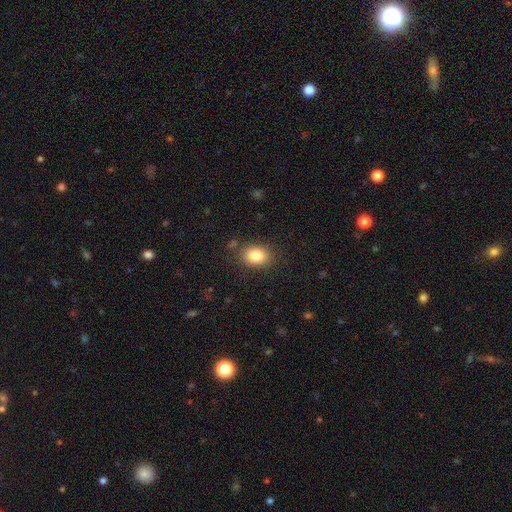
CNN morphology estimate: A smooth galaxy with no disk features (83%) that is in between round and cigar-shaped (67%).

Vote fractions:
- Smooth or featured? smooth: 83% / star or artifact: 9% / featured or disk: 7%
- How rounded? in between: 67% / round: 32% / cigar-shaped: 1%
- Merging? none: 83% / minor disturbance: 11% / major disturbance: 3% / merger: 2%